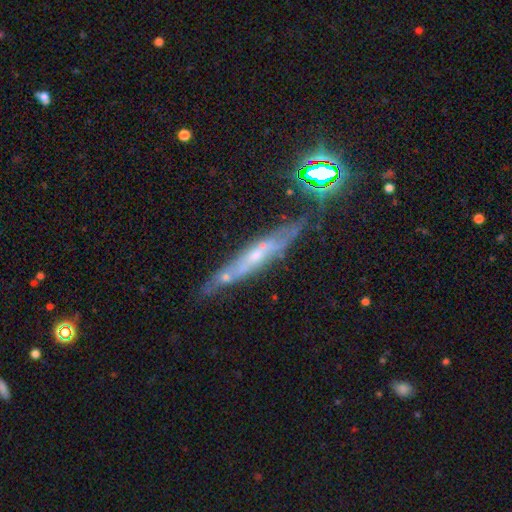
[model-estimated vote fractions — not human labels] This is likely a featured or disk galaxy (66%). It is likely viewed edge-on (72%). Merging: likely none (67%).